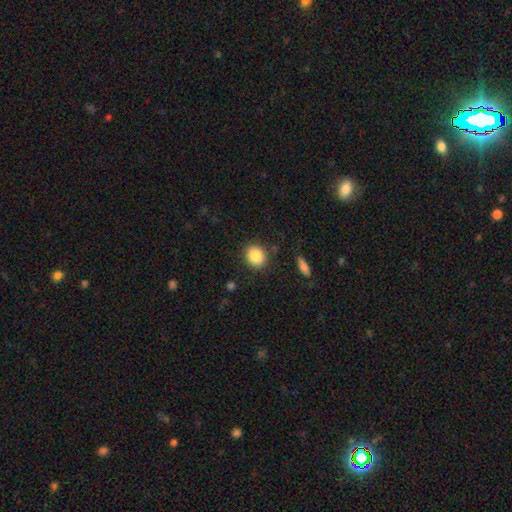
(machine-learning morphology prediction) The model was most divided on "how rounded": round: 68%, in between: 31%, cigar-shaped: 1%. More confident: smooth or featured — smooth (87%); merging — none (86%).